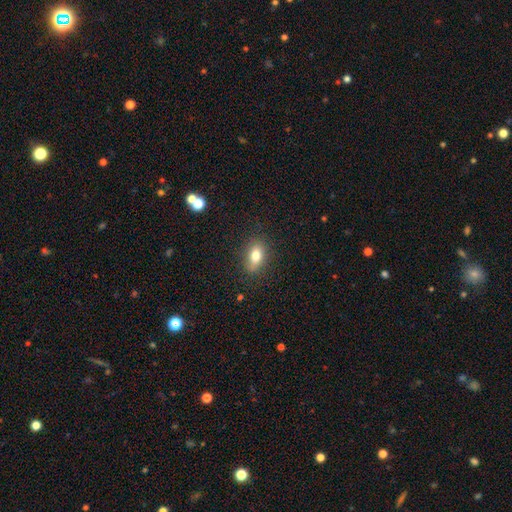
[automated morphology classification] This is likely a smooth galaxy (76%). How rounded: clearly in between (80%). Merging: clearly none (82%).